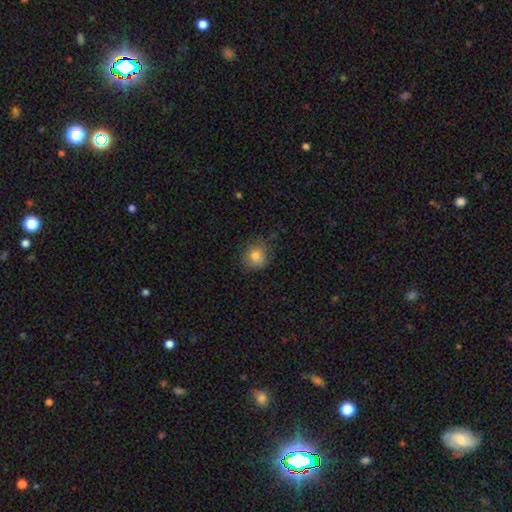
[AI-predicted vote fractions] smooth 82%, star or artifact 11%, featured or disk 7%. Down the decision tree: how rounded — round (85%); merging — none (76%).